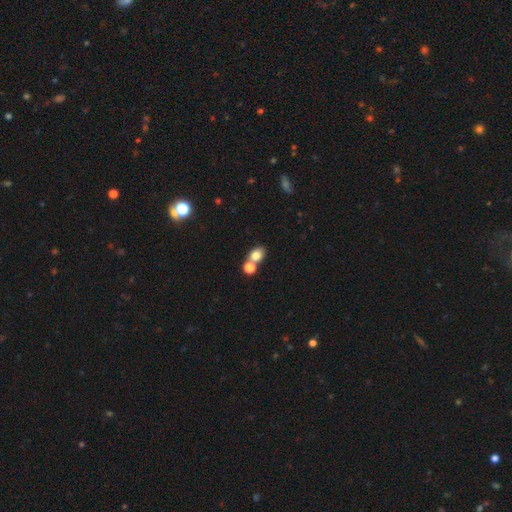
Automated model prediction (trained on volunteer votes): Smooth or featured: smooth — 78% (star or artifact — 12%)
How rounded: in between — 56% (round — 42%)
Merging: none — 49% (merger — 39%)